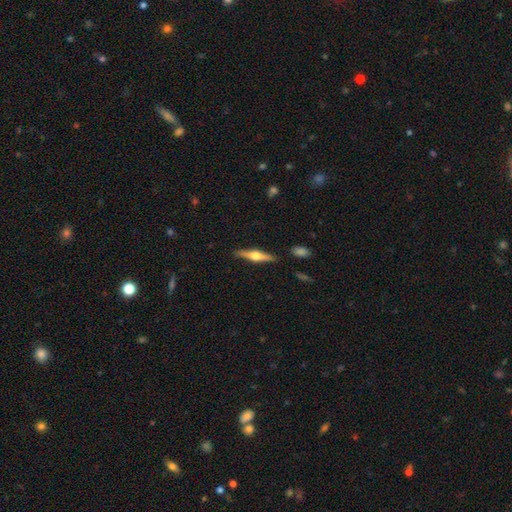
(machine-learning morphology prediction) A featured or disk galaxy (69%) viewed edge-on (97%) with a rounded central bulge (94%). Merging: none (88%).